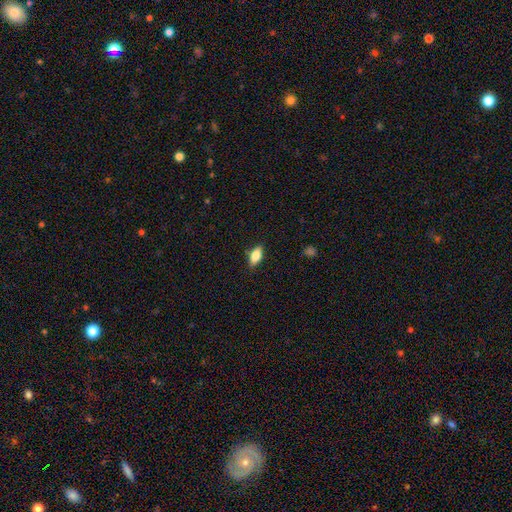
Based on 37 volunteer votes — Smooth or featured? smooth (86%)
How rounded? in between (97%)
Merging? none (83%)